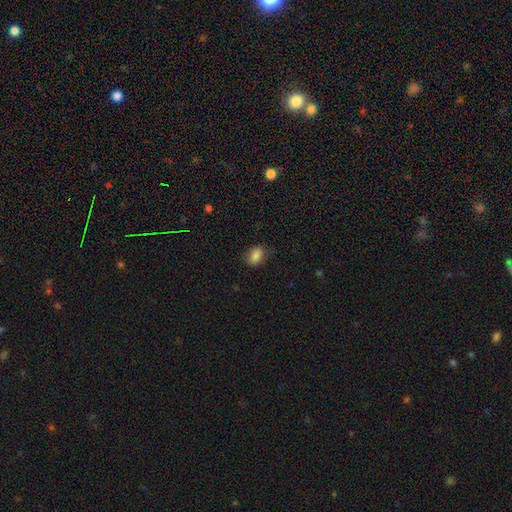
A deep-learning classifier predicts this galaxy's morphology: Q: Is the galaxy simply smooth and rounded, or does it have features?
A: smooth — 85%.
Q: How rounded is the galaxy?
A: in between — 77%.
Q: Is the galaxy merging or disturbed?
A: none — 75%.